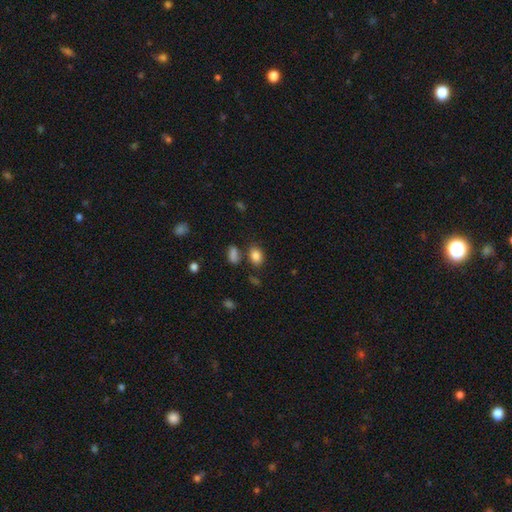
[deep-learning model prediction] A smooth galaxy with no disk features (85%) that is in between round and cigar-shaped (77%).

Vote fractions:
- Smooth or featured? smooth: 85% / star or artifact: 10% / featured or disk: 5%
- How rounded? in between: 77% / round: 22% / cigar-shaped: 1%
- Merging? none: 72% / minor disturbance: 13% / merger: 11% / major disturbance: 4%